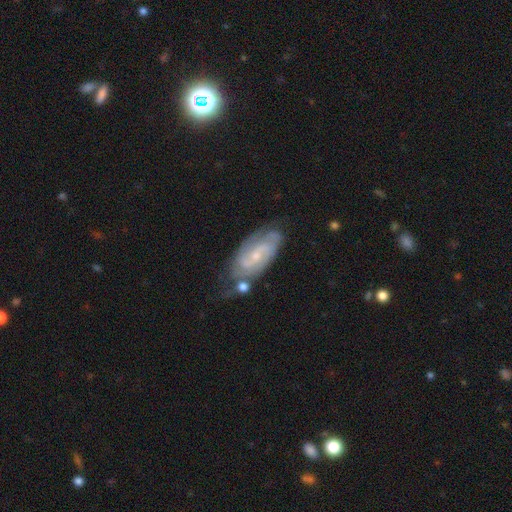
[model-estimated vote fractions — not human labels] featured or disk 81%, smooth 13%, star or artifact 6%. Down the decision tree: edge-on disk — no (94%); bar — weak (46%); spiral arms — yes (95%); spiral arm count — 2 (60%); spiral winding — tight (49%); bulge size — small (70%); merging — none (59%).